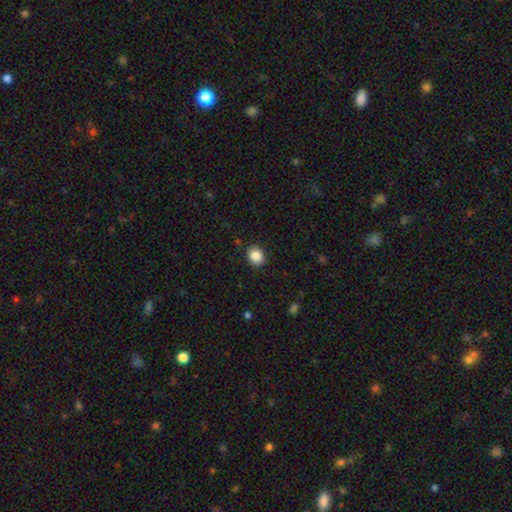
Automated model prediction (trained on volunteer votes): smooth-or-featured: smooth: 87% | star or artifact: 9% | featured or disk: 4%
  how-rounded: round: 65% | in between: 34% | cigar-shaped: 1%
  merging: none: 88% | minor disturbance: 9% | major disturbance: 2% | merger: 1%